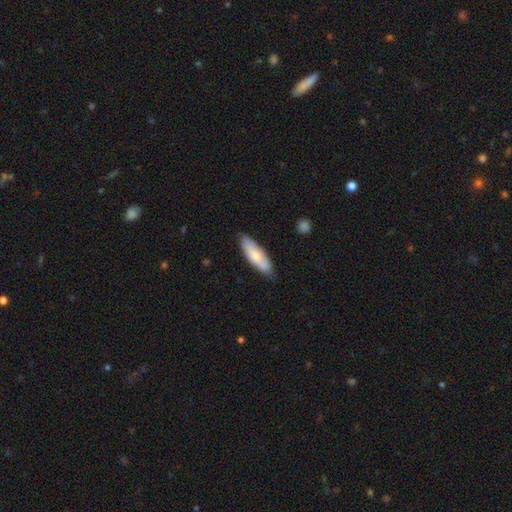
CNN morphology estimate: Smooth or featured? smooth (69%)
How rounded? in between (54%)
Merging? none (81%)